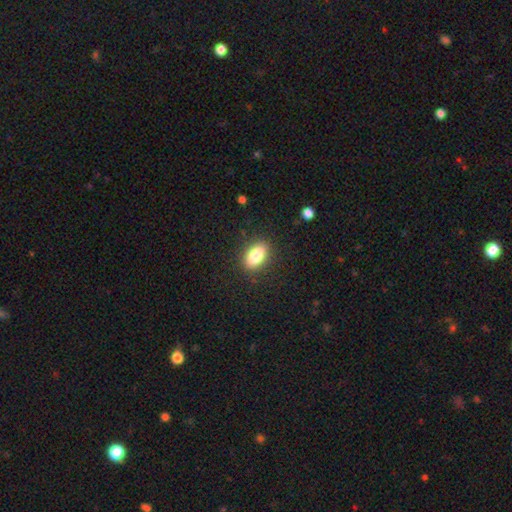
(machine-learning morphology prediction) Overall: smooth (83%). How rounded: in between (87%). Merging: none (87%).